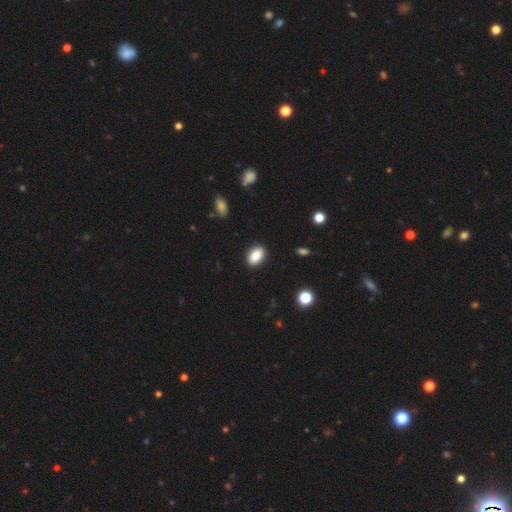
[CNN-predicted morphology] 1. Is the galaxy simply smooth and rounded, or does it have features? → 89% smooth, 8% star or artifact, 4% featured or disk.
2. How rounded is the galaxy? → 90% in between, 8% round, 2% cigar-shaped.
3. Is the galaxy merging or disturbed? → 88% none, 8% minor disturbance, 2% major disturbance, 1% merger.